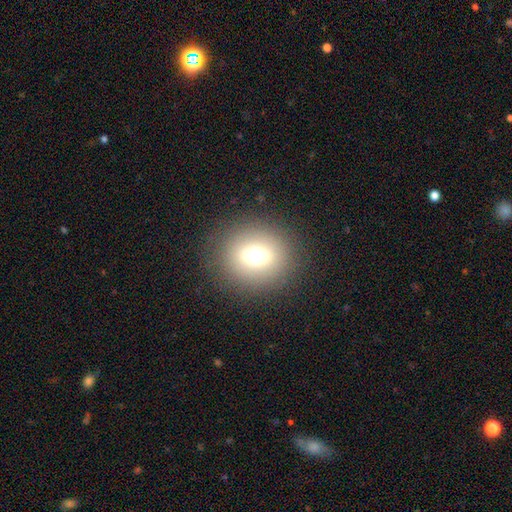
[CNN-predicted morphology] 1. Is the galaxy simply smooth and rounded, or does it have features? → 60% smooth, 23% featured or disk, 17% star or artifact.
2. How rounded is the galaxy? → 77% round, 21% in between, 1% cigar-shaped.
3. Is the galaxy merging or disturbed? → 85% none, 9% minor disturbance, 5% major disturbance, 2% merger.